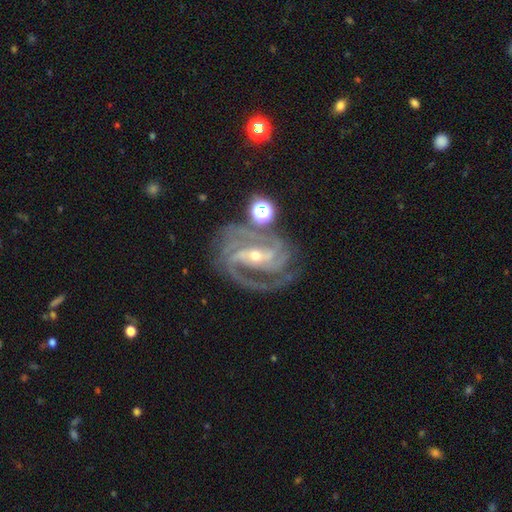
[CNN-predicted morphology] Q: Smooth or featured?
A: featured or disk (92%); runner-up: star or artifact (5%)
Q: Edge-on disk?
A: no (97%); runner-up: yes (3%)
Q: Bar?
A: strong (48%); runner-up: weak (35%)
Q: Spiral arms?
A: yes (98%); runner-up: no (2%)
Q: Spiral winding?
A: tight (49%); runner-up: medium (44%)
Q: Spiral arm count?
A: 3 (42%); runner-up: 2 (30%)
Q: Bulge size?
A: small (56%); runner-up: moderate (41%)
Q: Merging?
A: none (69%); runner-up: minor disturbance (17%)